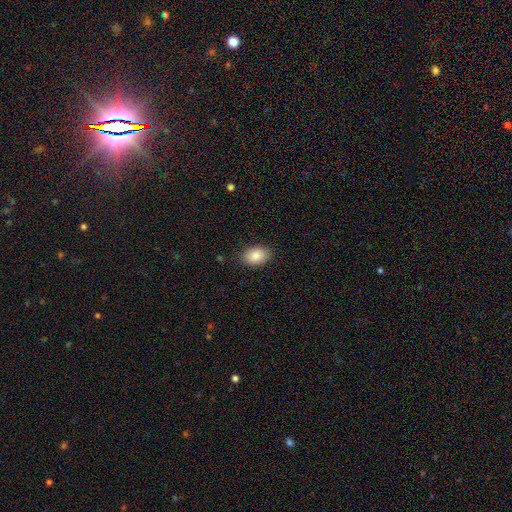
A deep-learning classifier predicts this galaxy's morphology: Smooth or featured? smooth (86%)
How rounded? in between (84%)
Merging? none (87%)